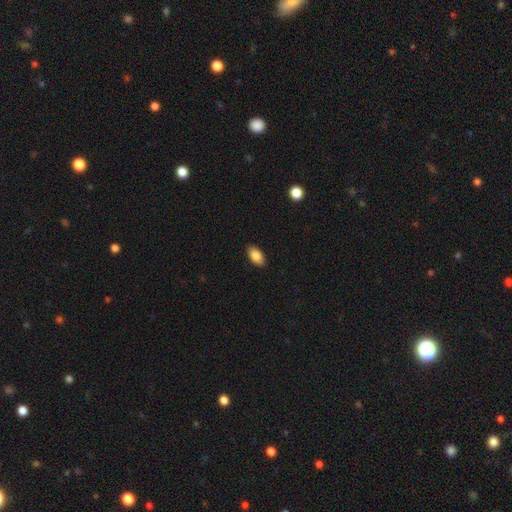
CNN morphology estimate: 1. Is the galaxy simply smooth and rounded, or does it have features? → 85% smooth, 7% featured or disk, 7% star or artifact.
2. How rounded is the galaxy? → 93% in between, 4% round, 3% cigar-shaped.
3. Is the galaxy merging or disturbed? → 89% none, 8% minor disturbance, 2% major disturbance, 1% merger.